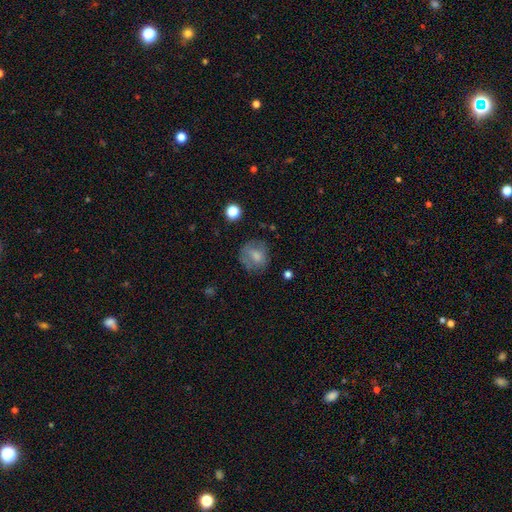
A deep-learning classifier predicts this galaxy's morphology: smooth 68%, featured or disk 22%, star or artifact 10%. Down the decision tree: how rounded — round (72%); merging — none (65%).